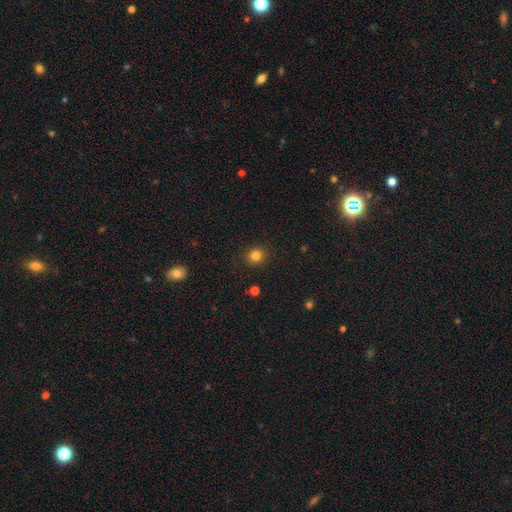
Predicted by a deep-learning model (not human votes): A smooth galaxy with no disk features (82%) that is round (88%).

Vote fractions:
- Smooth or featured? smooth: 82% / star or artifact: 13% / featured or disk: 5%
- How rounded? round: 88% / in between: 11% / cigar-shaped: 1%
- Merging? none: 91% / minor disturbance: 6% / major disturbance: 2% / merger: 1%